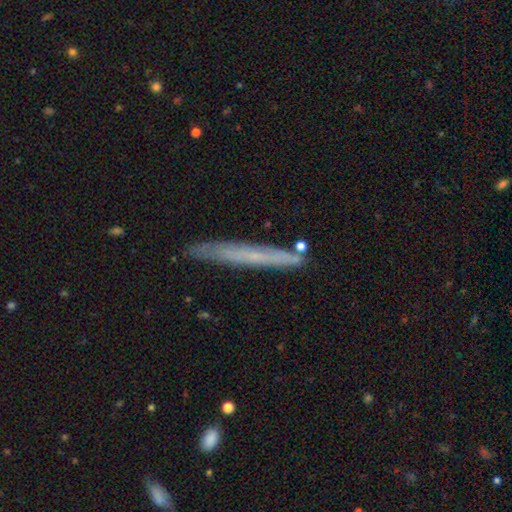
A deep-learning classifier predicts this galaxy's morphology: Smooth or featured: smooth — 46% (featured or disk — 45%)
Merging: none — 84% (minor disturbance — 11%)